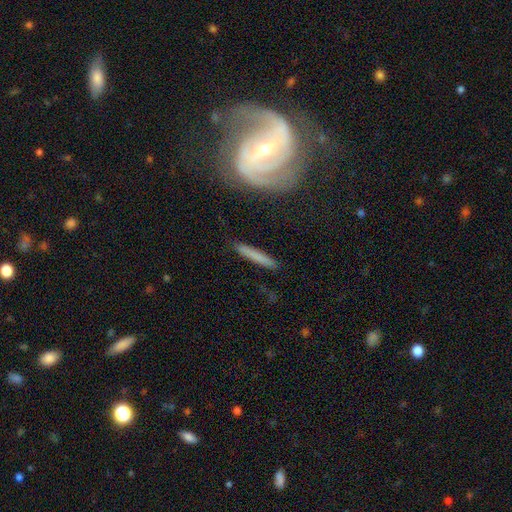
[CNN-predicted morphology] Smooth or featured? Predicted: smooth (p=0.62). How rounded? Predicted: cigar-shaped (p=0.93). Merging? Predicted: none (p=0.86).